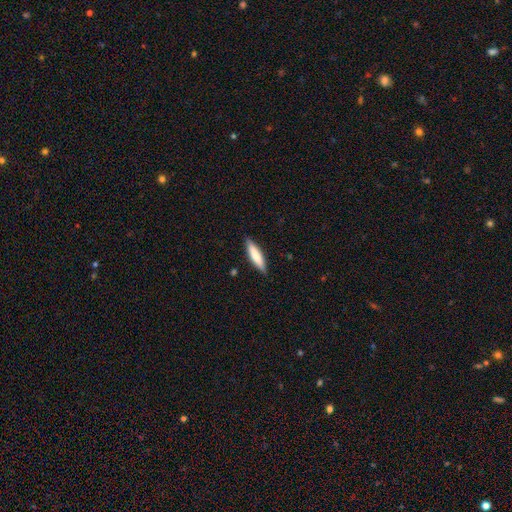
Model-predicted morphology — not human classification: A smooth galaxy with no disk features (72%) that is cigar-shaped (77%).

Vote fractions:
- Smooth or featured? smooth: 72% / featured or disk: 22% / star or artifact: 6%
- How rounded? cigar-shaped: 77% / in between: 22% / round: 1%
- Merging? none: 87% / minor disturbance: 10% / major disturbance: 2% / merger: 1%